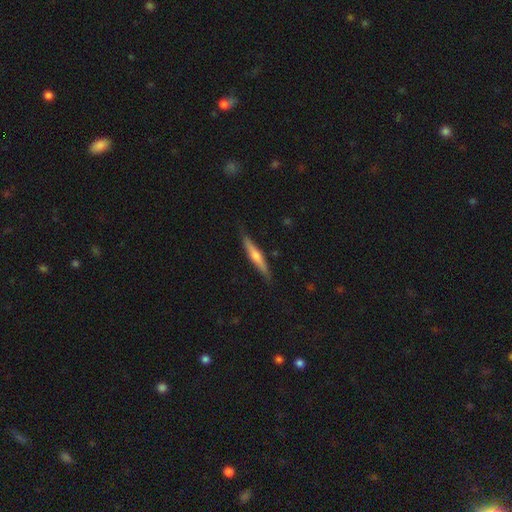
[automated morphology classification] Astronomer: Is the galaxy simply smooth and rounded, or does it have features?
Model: featured or disk — 56% (runner-up: smooth, 38%).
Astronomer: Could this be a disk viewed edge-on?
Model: yes — 97%.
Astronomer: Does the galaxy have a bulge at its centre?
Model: rounded — 77%.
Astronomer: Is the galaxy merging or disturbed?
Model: none — 87%.